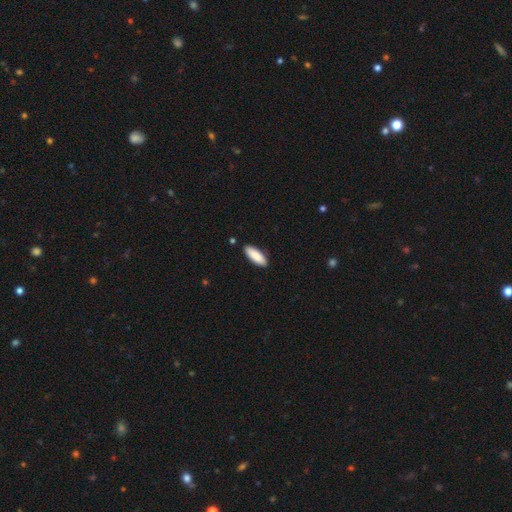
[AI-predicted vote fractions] smooth 88%, featured or disk 6%, star or artifact 5%. Down the decision tree: how rounded — in between (66%); merging — none (88%).